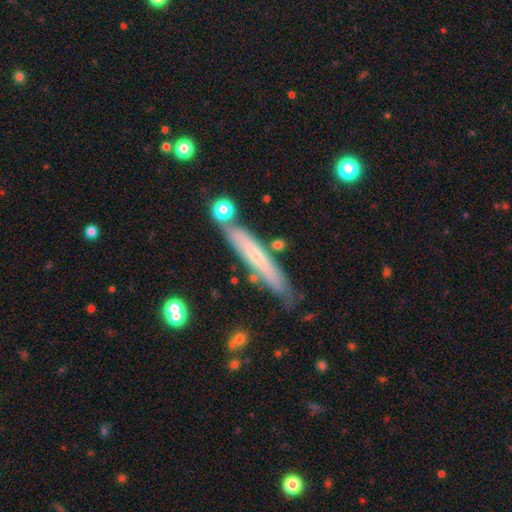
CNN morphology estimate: type=smooth (49%); merging=none (76%).